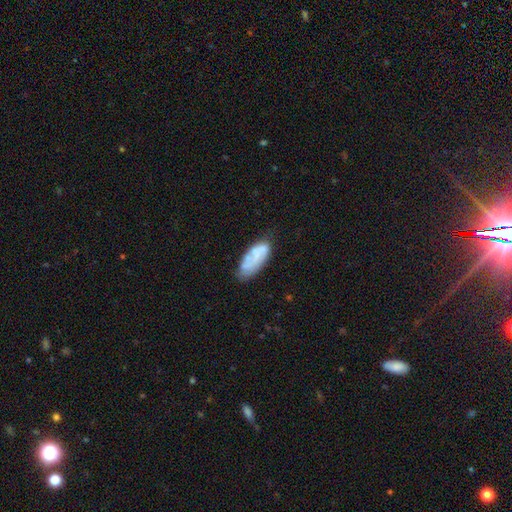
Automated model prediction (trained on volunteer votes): A smooth galaxy with no disk features (54%) that is in between round and cigar-shaped (83%). Merging: none (56%).